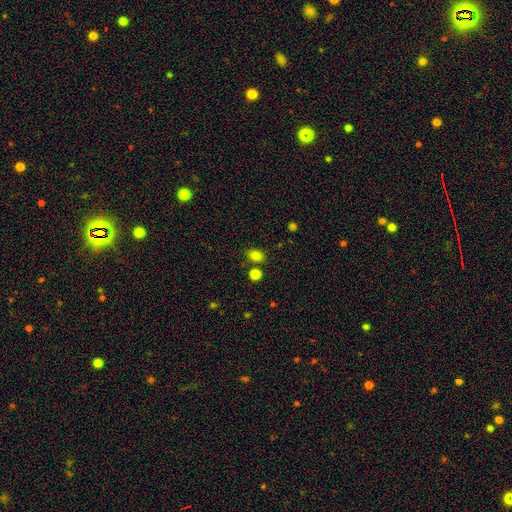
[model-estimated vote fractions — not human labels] Overall: smooth (82%). How rounded: in between (65%; round 34%). Merging: none (75%).